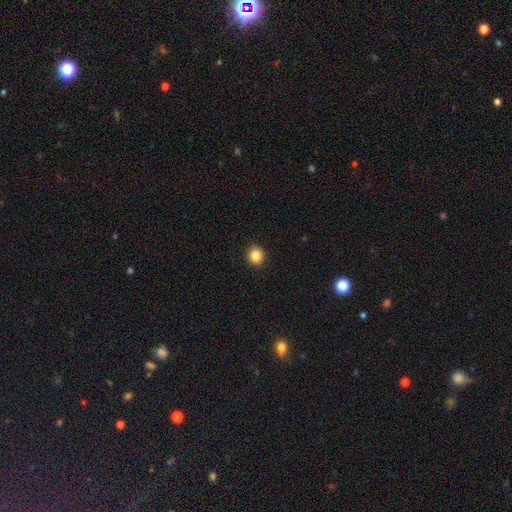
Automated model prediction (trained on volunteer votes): A smooth galaxy with no disk features (85%) that is round (81%).

Vote fractions:
- Smooth or featured? smooth: 85% / star or artifact: 10% / featured or disk: 5%
- How rounded? round: 81% / in between: 18% / cigar-shaped: 1%
- Merging? none: 92% / minor disturbance: 5% / major disturbance: 2% / merger: 1%